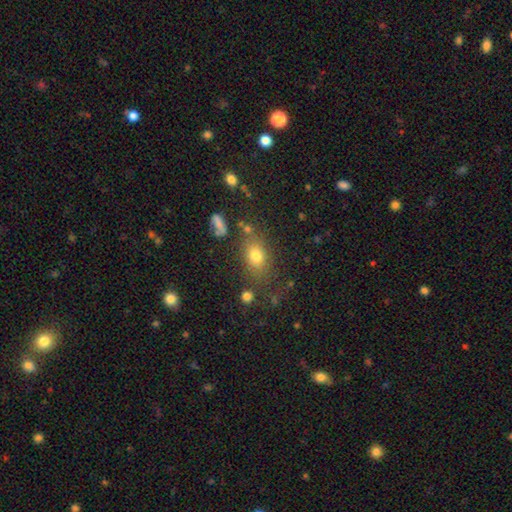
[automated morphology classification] This is likely a smooth galaxy (74%). How rounded: likely in between (70%). Merging: likely none (71%).